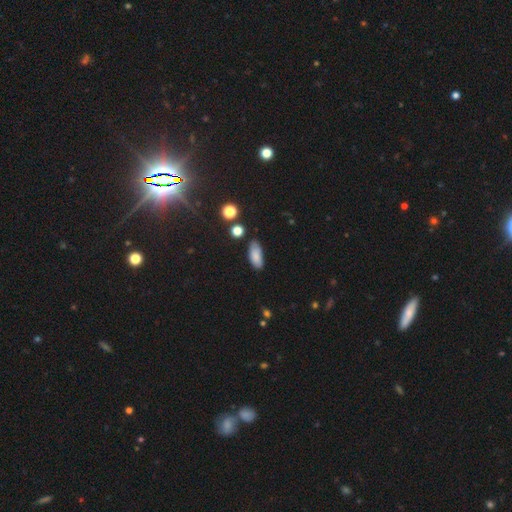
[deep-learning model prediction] The model was most divided on "merging": none: 69%, minor disturbance: 23%, major disturbance: 4%, merger: 3%. More confident: how rounded — in between (84%); smooth or featured — smooth (84%).